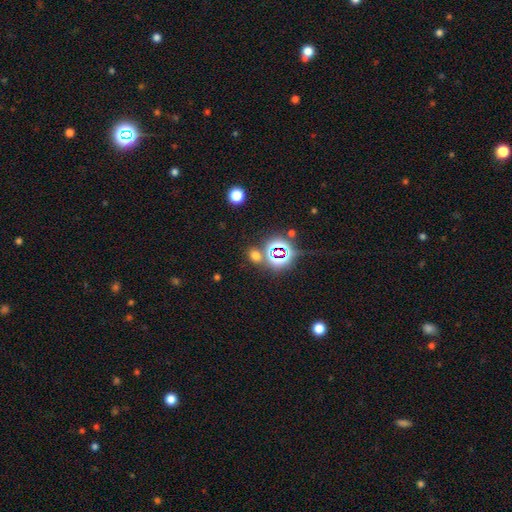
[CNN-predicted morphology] smooth-or-featured: smooth: 51% | star or artifact: 43% | featured or disk: 7%
  how-rounded: round: 53% | in between: 45% | cigar-shaped: 2%
  merging: none: 73% | merger: 13% | minor disturbance: 9% | major disturbance: 5%